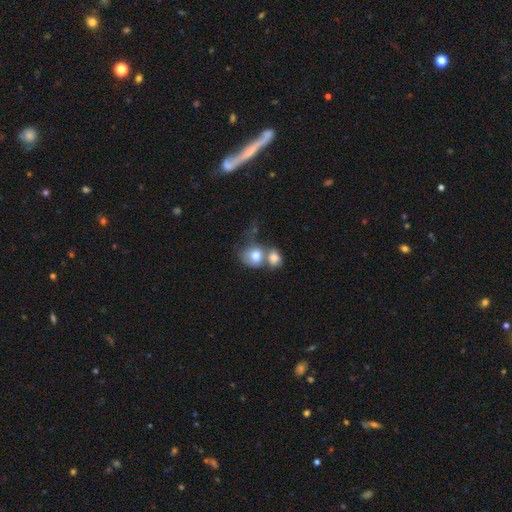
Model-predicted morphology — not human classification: The model was most divided on "how rounded": round: 56%, in between: 42%, cigar-shaped: 1%. More confident: smooth or featured — smooth (75%); merging — merger (65%).